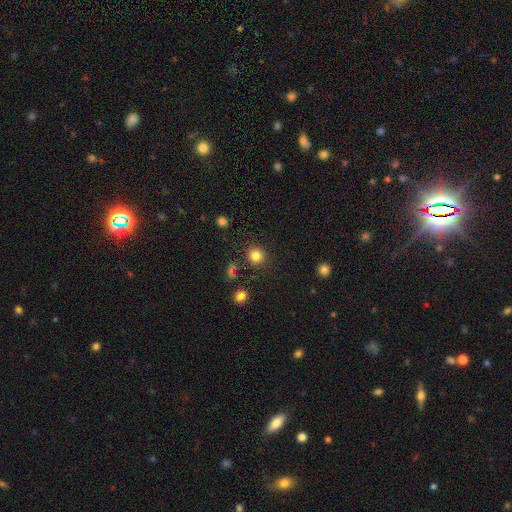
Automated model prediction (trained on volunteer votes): This is clearly a smooth galaxy (83%). How rounded: clearly round (92%). Merging: clearly none (88%).